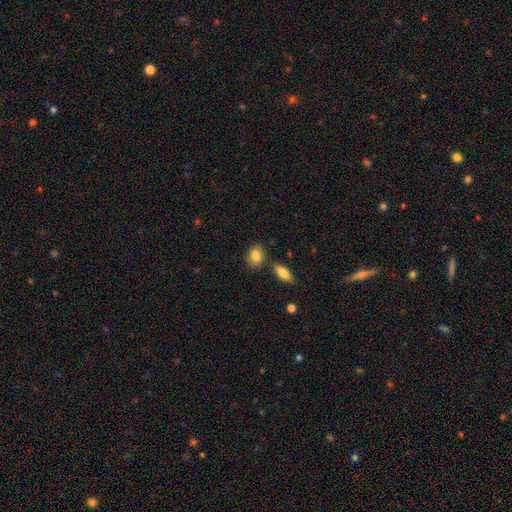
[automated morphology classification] smooth_or_featured: smooth (p=0.85) [alt: featured or disk p=0.08]
how_rounded: in between (p=0.68) [alt: round p=0.29]
merging: none (p=0.75) [alt: minor disturbance p=0.13]